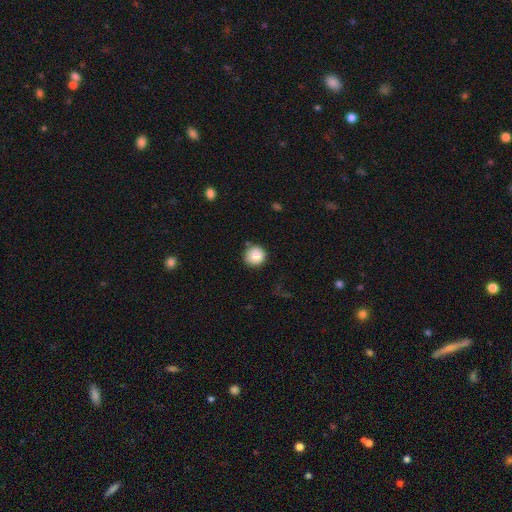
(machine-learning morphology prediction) A smooth galaxy with no disk features (88%) that is round (94%). Merging: none (81%).